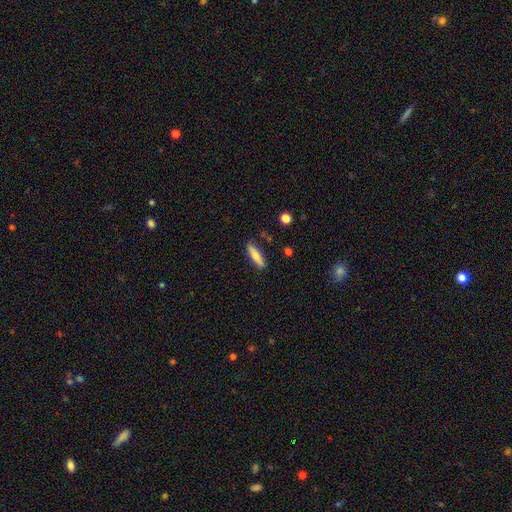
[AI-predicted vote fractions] Smooth or featured? Predicted: smooth (p=0.69). How rounded? Predicted: cigar-shaped (p=0.72). Merging? Predicted: none (p=0.84).